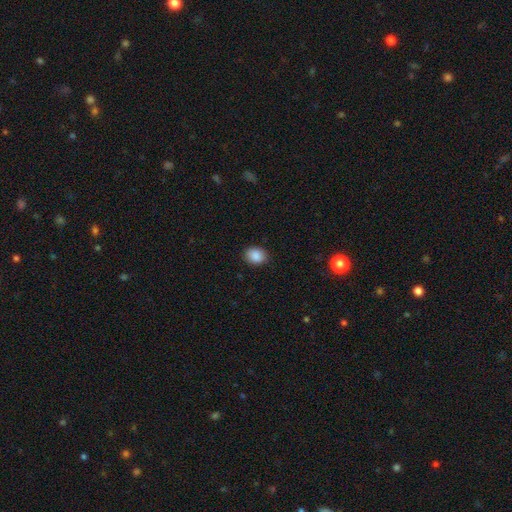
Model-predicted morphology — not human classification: This appears to be a smooth galaxy with no disk features (88%) that is in between round and cigar-shaped (56%). Merging: none (88%).